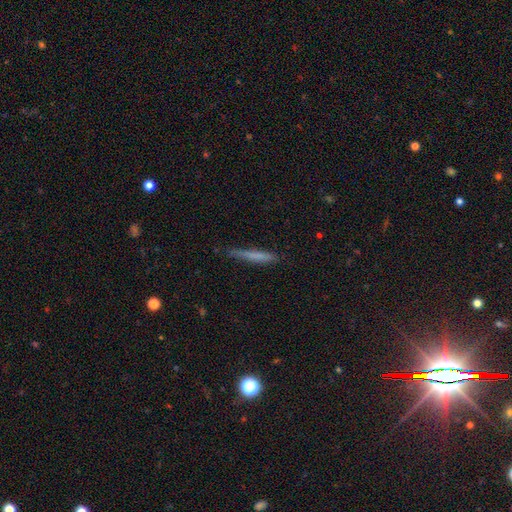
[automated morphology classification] Smooth or featured? Predicted: smooth (p=0.67). How rounded? Predicted: cigar-shaped (p=0.95). Merging? Predicted: none (p=0.78).